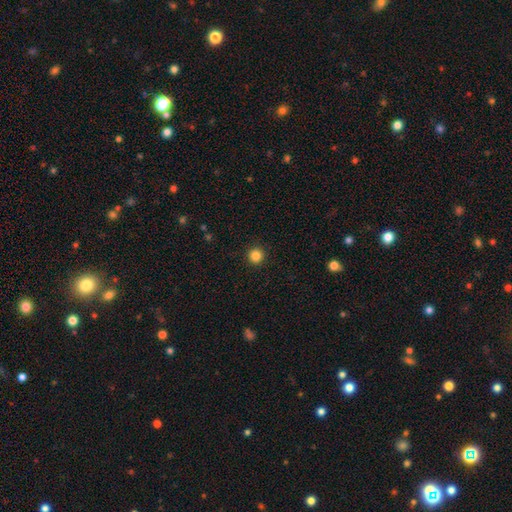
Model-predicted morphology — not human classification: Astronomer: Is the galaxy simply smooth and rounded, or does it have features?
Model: smooth — 85%.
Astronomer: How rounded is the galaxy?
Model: round — 95%.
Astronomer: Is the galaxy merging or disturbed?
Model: none — 93%.